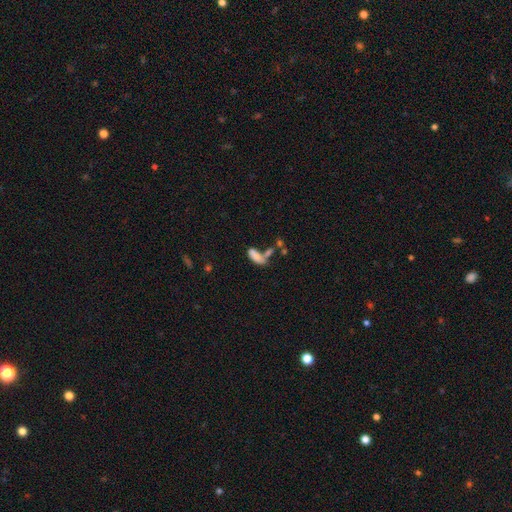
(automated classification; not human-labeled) Smooth or featured? Predicted: smooth (p=0.73). How rounded? Predicted: in between (p=0.77). Merging? Predicted: merger (p=0.41).